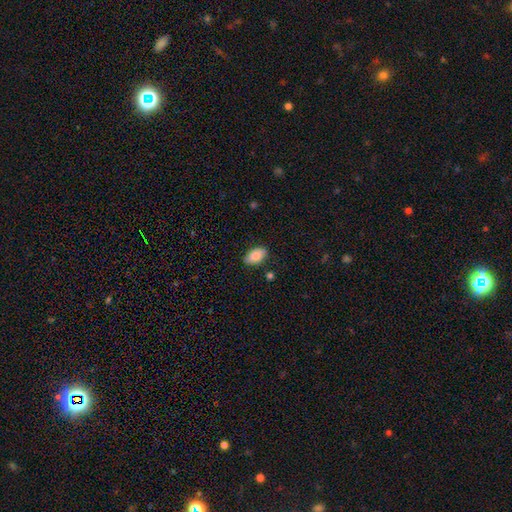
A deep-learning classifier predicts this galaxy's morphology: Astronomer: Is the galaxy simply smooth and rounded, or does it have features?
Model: smooth — 86%.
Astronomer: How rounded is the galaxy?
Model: in between — 92%.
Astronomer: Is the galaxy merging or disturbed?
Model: none — 82%.